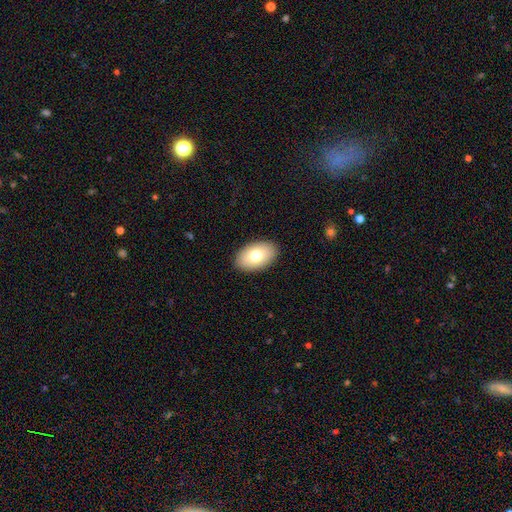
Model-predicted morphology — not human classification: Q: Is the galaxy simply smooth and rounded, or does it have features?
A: smooth — 75%.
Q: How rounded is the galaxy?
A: in between — 93%.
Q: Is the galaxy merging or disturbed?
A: none — 90%.